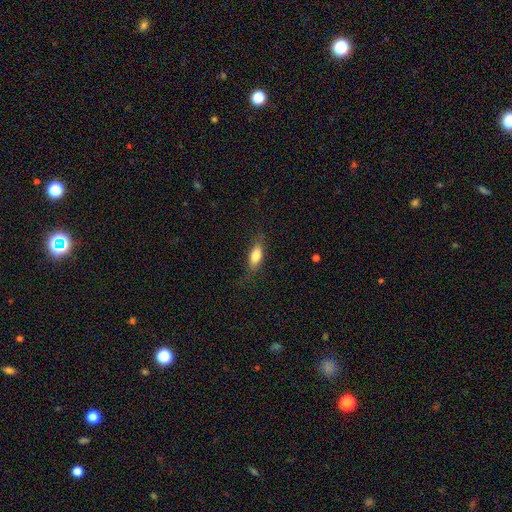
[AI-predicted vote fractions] smooth 78%, featured or disk 16%, star or artifact 7%. Down the decision tree: how rounded — in between (72%); merging — none (73%).